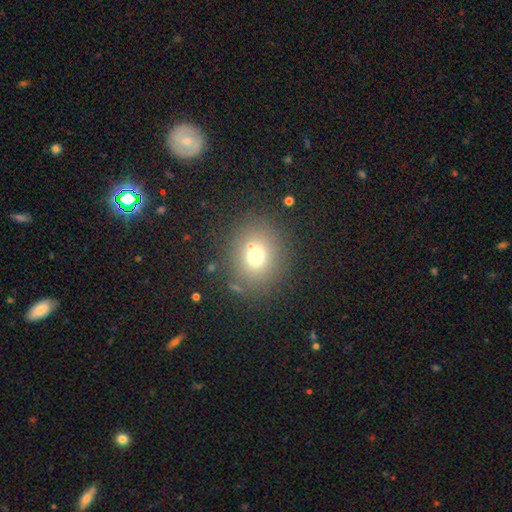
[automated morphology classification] This is likely a smooth galaxy (70%). How rounded: likely round (74%). Merging: likely none (79%).